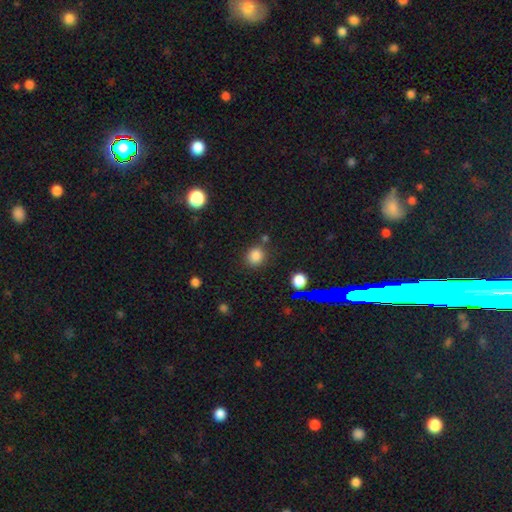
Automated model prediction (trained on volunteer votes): smooth 82%, star or artifact 14%, featured or disk 4%. Down the decision tree: how rounded — round (83%); merging — none (80%).